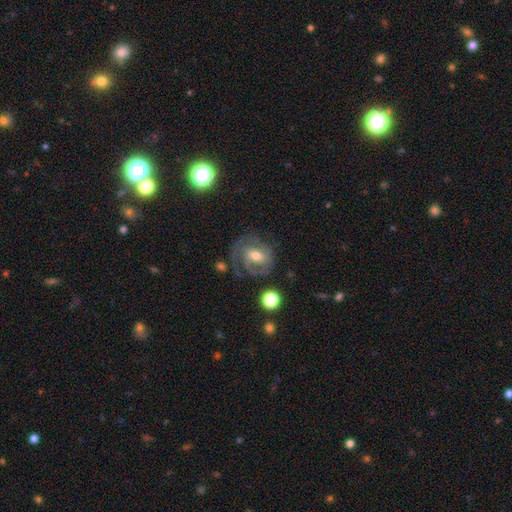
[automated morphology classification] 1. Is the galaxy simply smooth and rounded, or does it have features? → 75% featured or disk, 18% smooth, 7% star or artifact.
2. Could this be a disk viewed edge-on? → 97% no, 3% yes.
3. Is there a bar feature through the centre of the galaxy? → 46% no, 42% weak, 12% strong.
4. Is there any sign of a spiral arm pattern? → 90% yes, 10% no.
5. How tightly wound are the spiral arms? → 46% tight, 40% medium, 14% loose.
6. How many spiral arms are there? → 39% 2, 23% can't tell, 19% 1, 14% 3, 3% 4, 3% more than 4.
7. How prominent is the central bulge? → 63% moderate, 29% small, 5% large, 1% none, 1% dominant.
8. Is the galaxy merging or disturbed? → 55% none, 21% major disturbance, 21% minor disturbance, 3% merger.